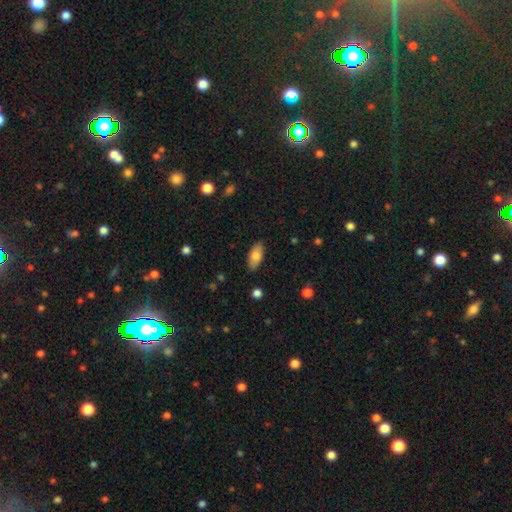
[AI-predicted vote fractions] smooth_or_featured: smooth (p=0.79) [alt: featured or disk p=0.14]
how_rounded: in between (p=0.86) [alt: cigar-shaped p=0.11]
merging: none (p=0.87) [alt: minor disturbance p=0.10]